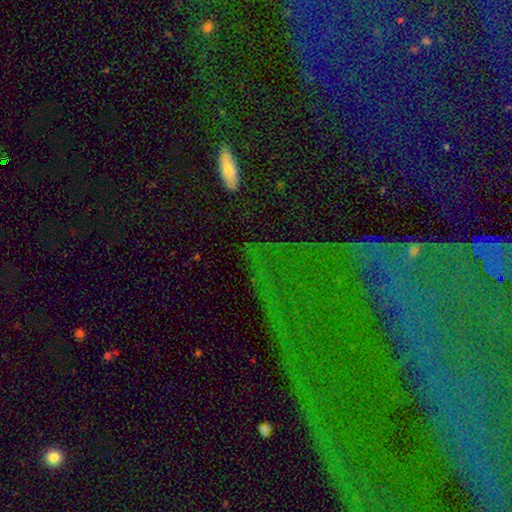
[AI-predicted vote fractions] Q: Smooth or featured?
A: star or artifact (42%); runner-up: smooth (34%)